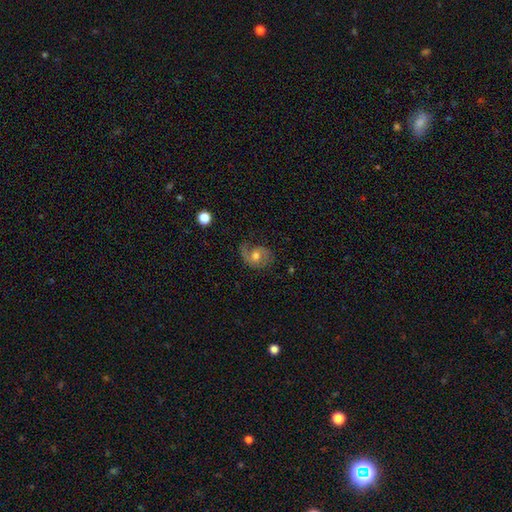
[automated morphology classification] Smooth or featured? featured or disk (74%)
Edge-on disk? no (97%)
Bar? no (58%)
Spiral arms? yes (92%)
Spiral winding? medium (47%)
Spiral arm count? 2 (70%)
Bulge size? moderate (71%)
Merging? none (62%)